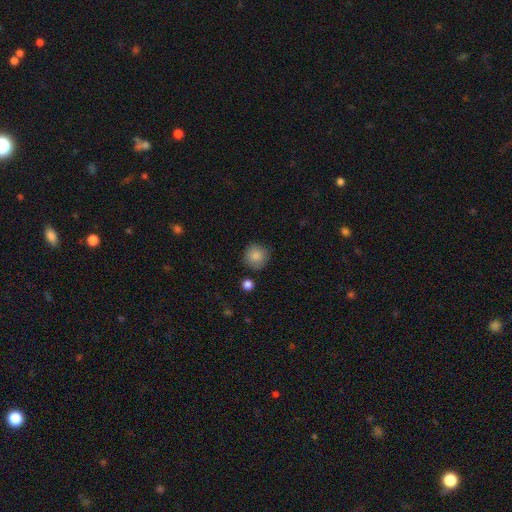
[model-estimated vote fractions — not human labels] Smooth or featured: smooth — 86% (star or artifact — 9%)
How rounded: round — 93% (in between — 6%)
Merging: none — 83% (minor disturbance — 11%)